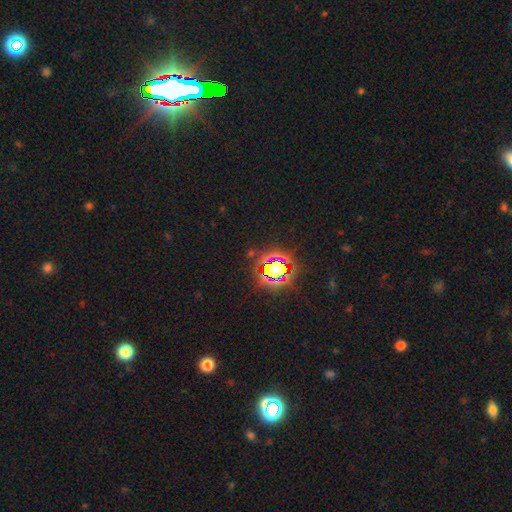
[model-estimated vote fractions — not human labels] smooth_or_featured: star or artifact (p=0.81) [alt: smooth p=0.12]